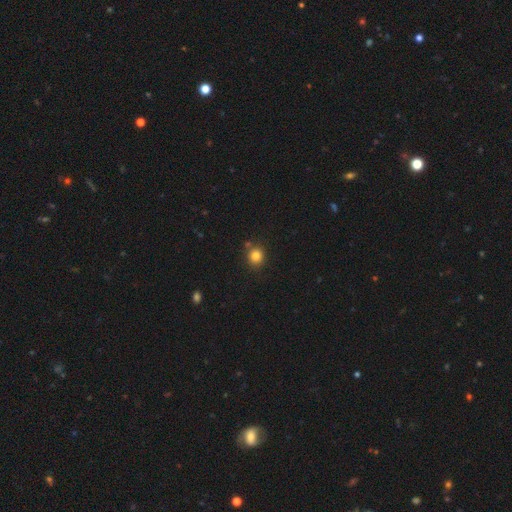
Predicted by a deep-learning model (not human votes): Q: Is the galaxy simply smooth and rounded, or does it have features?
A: smooth — 82%.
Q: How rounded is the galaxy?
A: round — 88%.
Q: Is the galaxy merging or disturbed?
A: none — 81%.